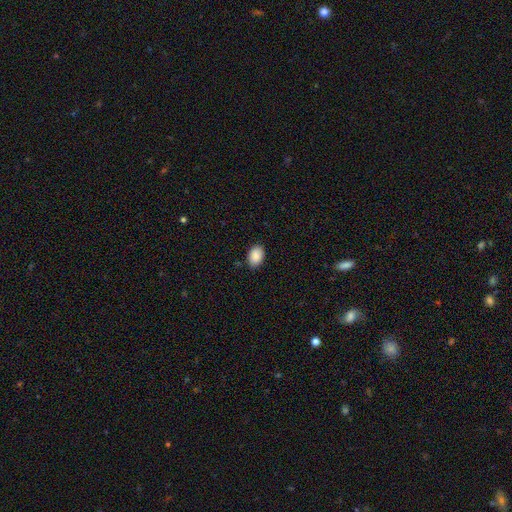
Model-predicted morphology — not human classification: A smooth galaxy with no disk features (90%) that is in between round and cigar-shaped (84%).

Vote fractions:
- Smooth or featured? smooth: 90% / star or artifact: 7% / featured or disk: 3%
- How rounded? in between: 84% / round: 15% / cigar-shaped: 1%
- Merging? none: 87% / minor disturbance: 10% / major disturbance: 2% / merger: 1%